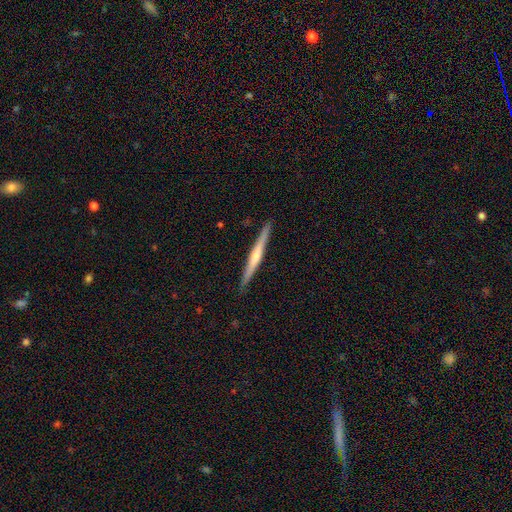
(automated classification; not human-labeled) Overall: featured or disk (64%; smooth 31%). Edge-on disk: yes (98%). Edge-on bulge: rounded (66%; none 27%). Merging: none (91%).